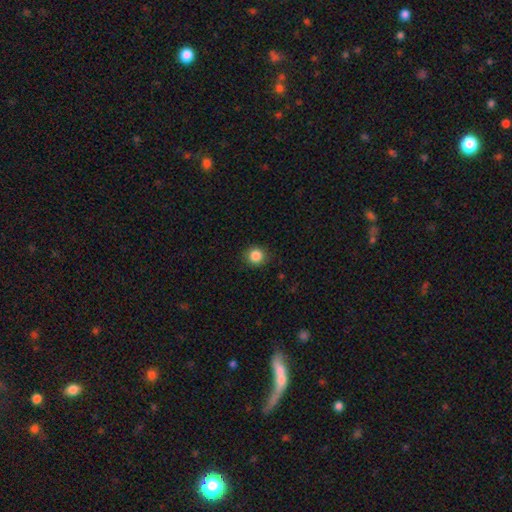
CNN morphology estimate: A smooth galaxy with no disk features (86%) that is round (91%). Merging: none (89%).